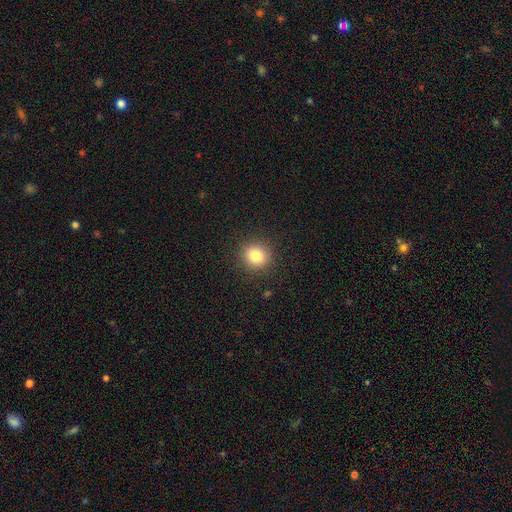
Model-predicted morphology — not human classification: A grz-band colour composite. It shows a smooth galaxy with no disk features (82%) that is round (86%). Merging: none (90%).